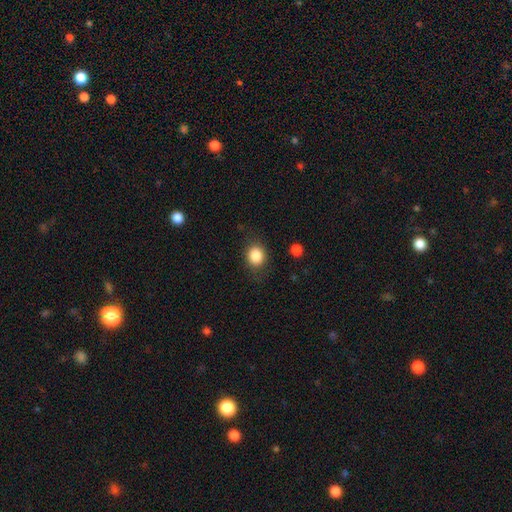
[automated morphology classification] smooth 85%, star or artifact 9%, featured or disk 6%. Down the decision tree: how rounded — round (68%); merging — none (81%).